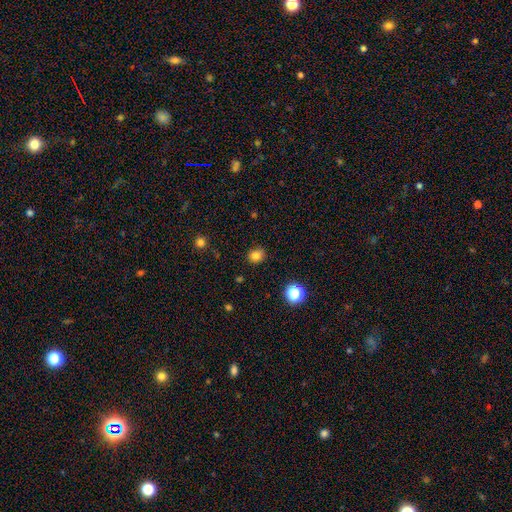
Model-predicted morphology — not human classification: This appears to be a smooth galaxy with no disk features (80%) that is round (77%). Merging: none (85%).